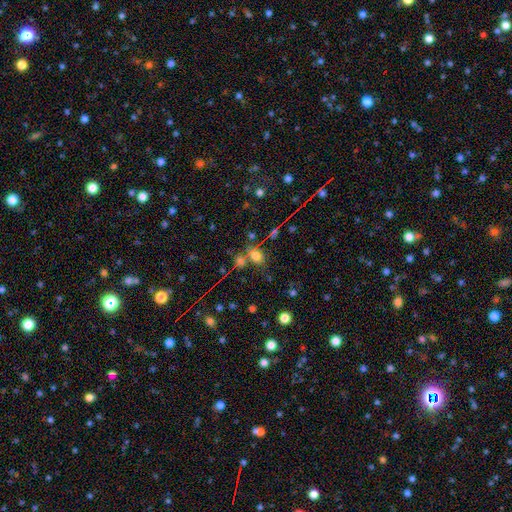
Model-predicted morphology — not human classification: A smooth galaxy with no disk features (72%) that is in between round and cigar-shaped (53%).

Vote fractions:
- Smooth or featured? smooth: 72% / star or artifact: 18% / featured or disk: 9%
- How rounded? in between: 53% / round: 45% / cigar-shaped: 2%
- Merging? none: 58% / merger: 24% / minor disturbance: 13% / major disturbance: 6%